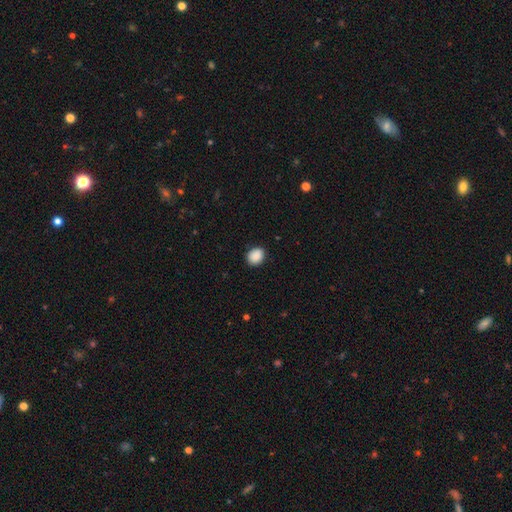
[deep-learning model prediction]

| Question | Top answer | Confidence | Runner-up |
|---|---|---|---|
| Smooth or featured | smooth | 90% | star or artifact (8%) |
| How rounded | round | 54% | in between (45%) |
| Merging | none | 87% | minor disturbance (10%) |